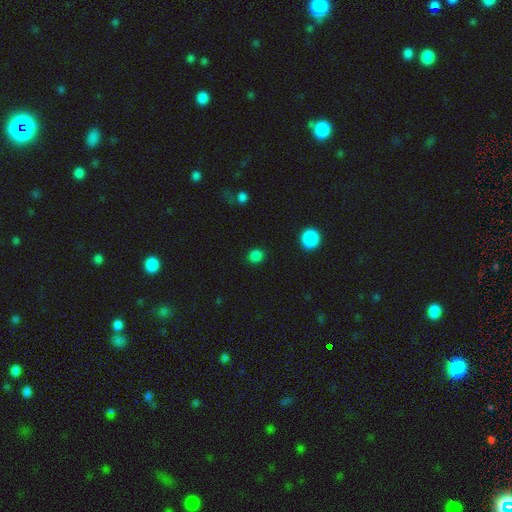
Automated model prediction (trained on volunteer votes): Q: Smooth or featured?
A: smooth (84%); runner-up: star or artifact (13%)
Q: How rounded?
A: round (82%); runner-up: in between (17%)
Q: Merging?
A: none (90%); runner-up: minor disturbance (6%)